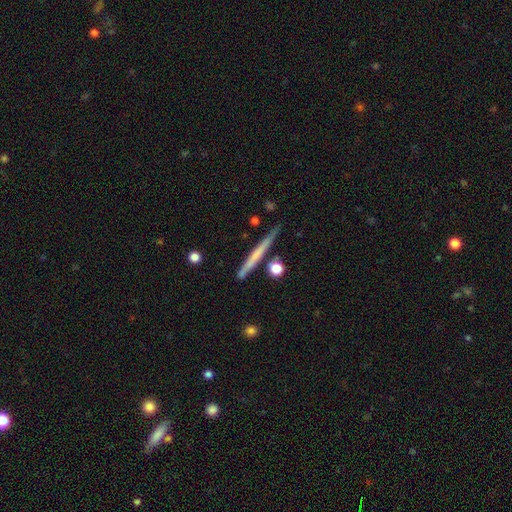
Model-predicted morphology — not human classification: Overall: smooth (47%, tied with featured or disk). Merging: none (80%).